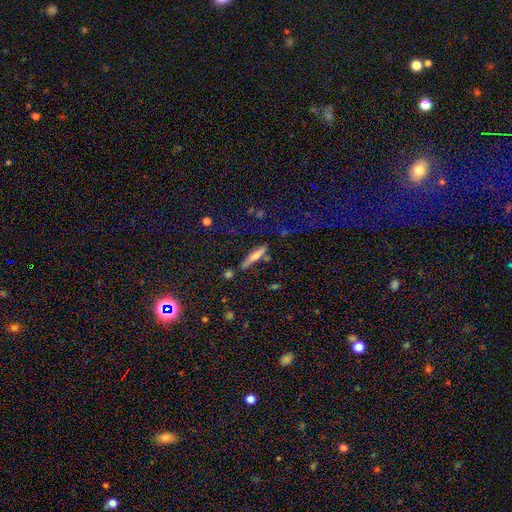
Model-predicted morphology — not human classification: Smooth or featured? Predicted: smooth (p=0.46). Merging? Predicted: none (p=0.73).